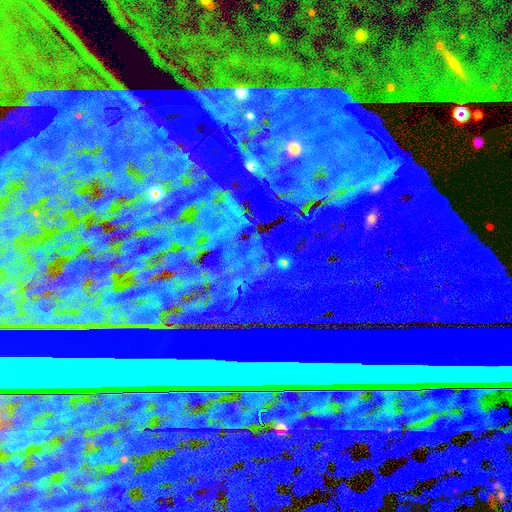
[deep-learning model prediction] Q: Smooth or featured?
A: star or artifact (87%); runner-up: featured or disk (6%)